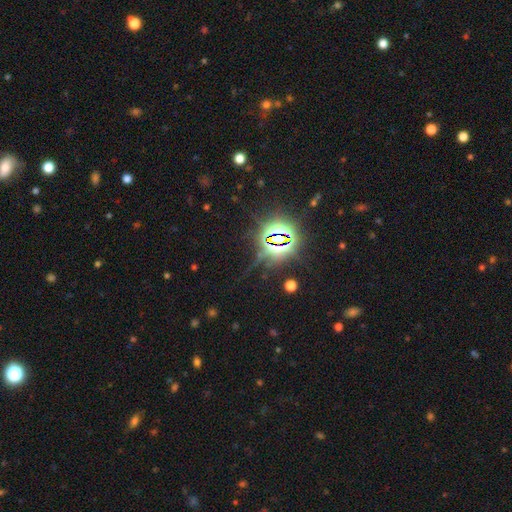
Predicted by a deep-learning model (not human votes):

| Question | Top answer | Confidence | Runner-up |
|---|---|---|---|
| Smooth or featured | star or artifact | 85% | smooth (9%) |